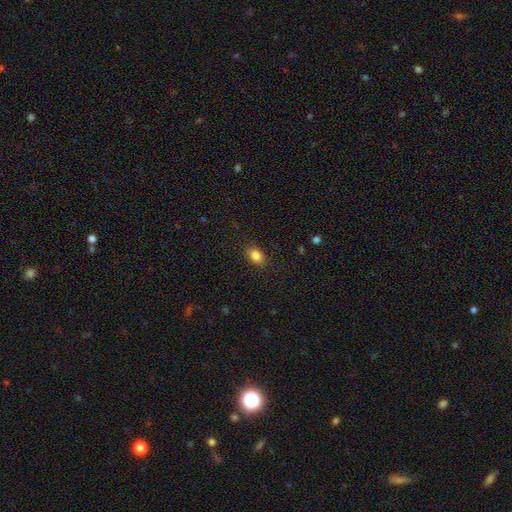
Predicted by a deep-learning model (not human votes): This is clearly a smooth galaxy (84%). How rounded: likely in between (75%). Merging: clearly none (87%).